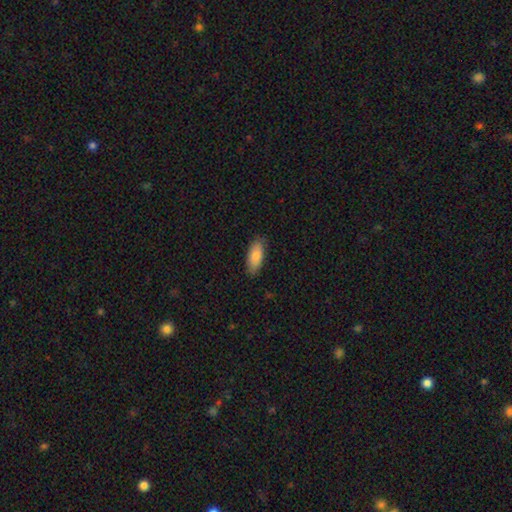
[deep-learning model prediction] A smooth galaxy with no disk features (83%) that is in between round and cigar-shaped (81%). Merging: none (85%).